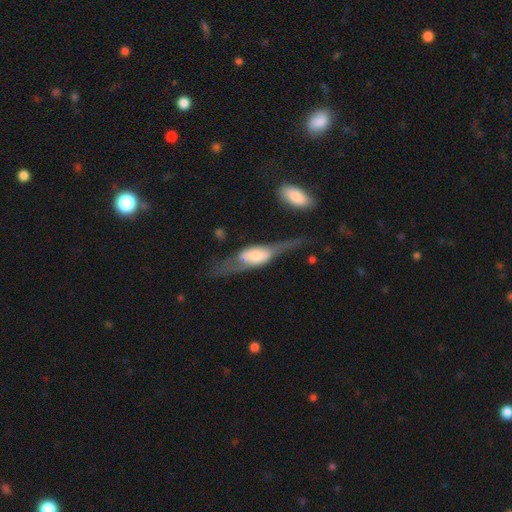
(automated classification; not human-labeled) Smooth or featured? featured or disk (70%)
Edge-on disk? yes (73%)
Edge-on bulge? rounded (78%)
Merging? none (43%)